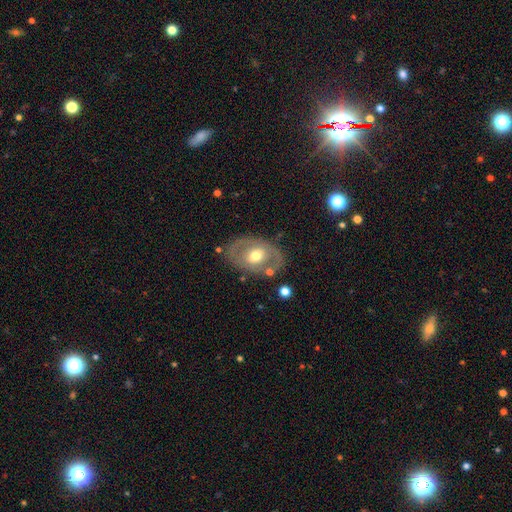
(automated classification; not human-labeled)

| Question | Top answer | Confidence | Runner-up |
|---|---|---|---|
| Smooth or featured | featured or disk | 62% | smooth (32%) |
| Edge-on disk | no | 92% | yes (8%) |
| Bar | no | 72% | weak (21%) |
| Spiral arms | no | 67% | yes (33%) |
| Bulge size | moderate | 72% | large (13%) |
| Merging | none | 74% | minor disturbance (15%) |